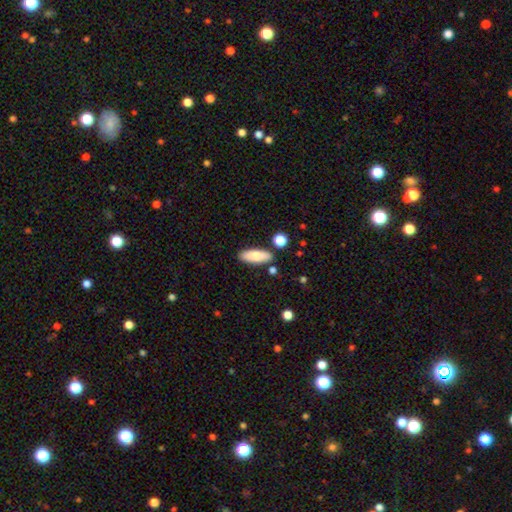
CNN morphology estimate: This is clearly a smooth galaxy (82%). How rounded: likely in between (68%). Merging: clearly none (84%).